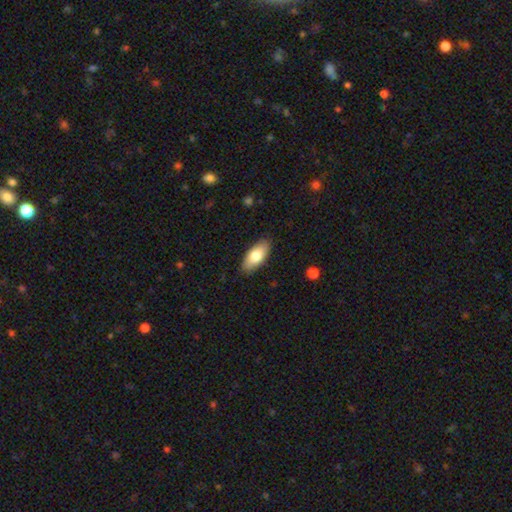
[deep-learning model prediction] Q: Smooth or featured?
A: smooth (77%); runner-up: featured or disk (18%)
Q: How rounded?
A: in between (88%); runner-up: cigar-shaped (10%)
Q: Merging?
A: none (87%); runner-up: minor disturbance (10%)